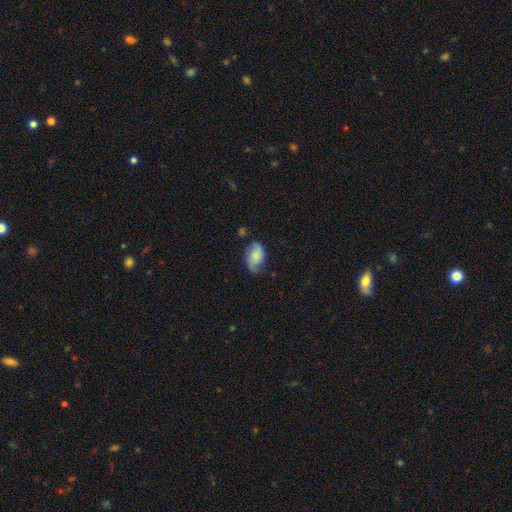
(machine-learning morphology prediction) smooth 54%, featured or disk 38%, star or artifact 8%. Down the decision tree: how rounded — in between (87%); merging — none (58%).